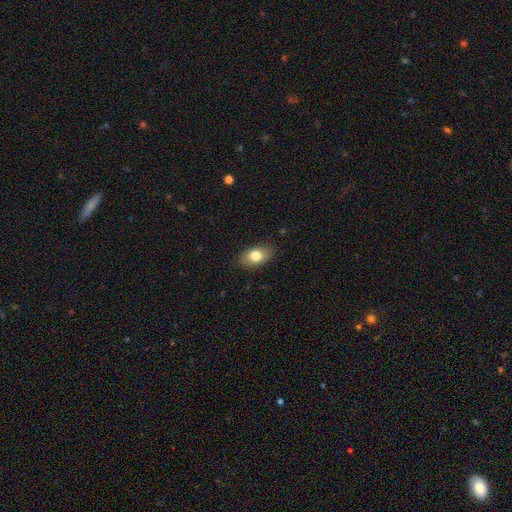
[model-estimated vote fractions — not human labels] smooth-or-featured: smooth: 80% | featured or disk: 12% | star or artifact: 8%
  how-rounded: in between: 88% | round: 10% | cigar-shaped: 2%
  merging: none: 85% | minor disturbance: 12% | major disturbance: 3% | merger: 1%